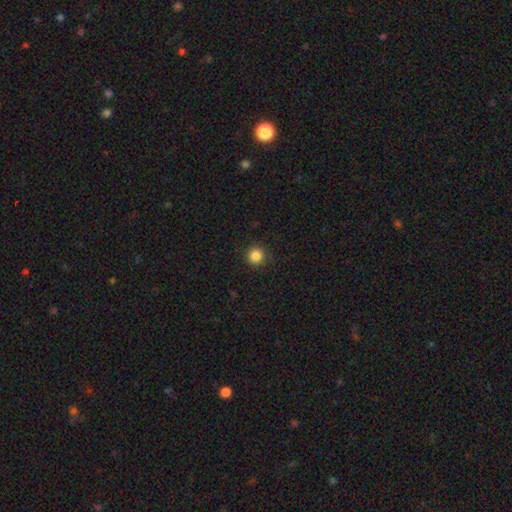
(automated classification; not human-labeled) A smooth galaxy with no disk features (86%) that is round (96%). Merging: none (90%).